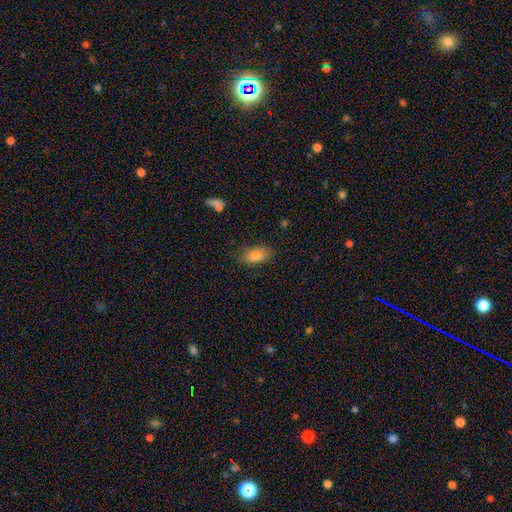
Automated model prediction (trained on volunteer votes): The model was most divided on "merging": none: 80%, minor disturbance: 15%, major disturbance: 3%, merger: 2%. More confident: how rounded — in between (89%); smooth or featured — smooth (81%).